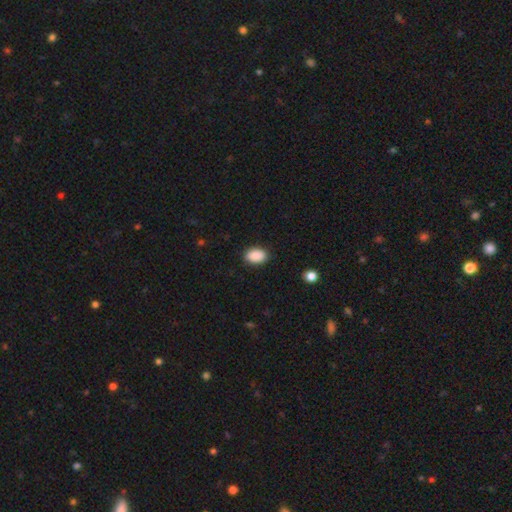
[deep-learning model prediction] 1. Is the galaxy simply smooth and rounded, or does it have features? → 90% smooth, 7% star or artifact, 3% featured or disk.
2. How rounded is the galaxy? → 86% in between, 12% round, 1% cigar-shaped.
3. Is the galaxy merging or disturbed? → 88% none, 8% minor disturbance, 2% major disturbance, 1% merger.